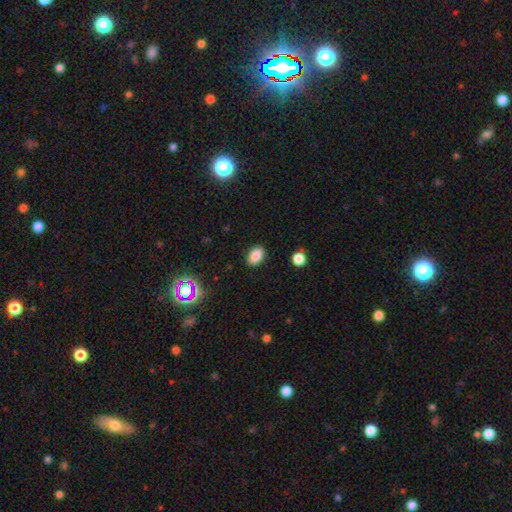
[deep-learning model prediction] This is clearly a smooth galaxy (85%). How rounded: clearly in between (87%). Merging: clearly none (87%).